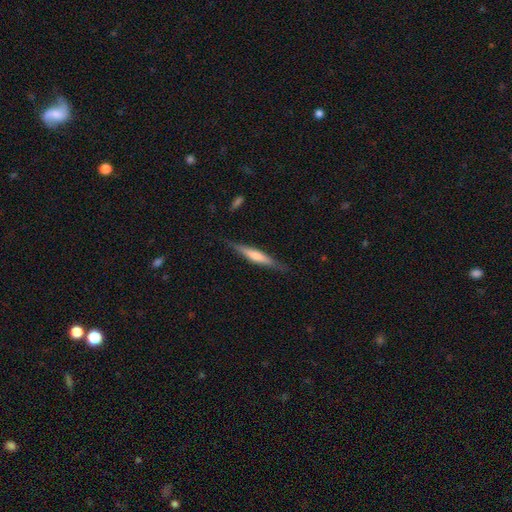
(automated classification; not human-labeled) Smooth or featured? Predicted: featured or disk (p=0.52). Edge-on disk? Predicted: yes (p=0.96). Edge-on bulge? Predicted: rounded (p=0.57). Merging? Predicted: none (p=0.85).